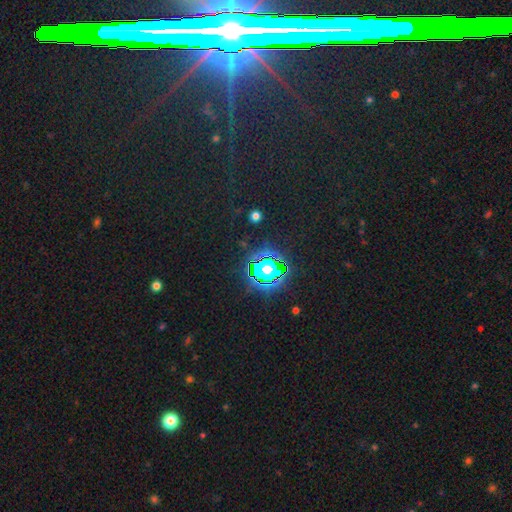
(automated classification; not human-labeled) This is clearly a star or artifact rather than a galaxy (83%).